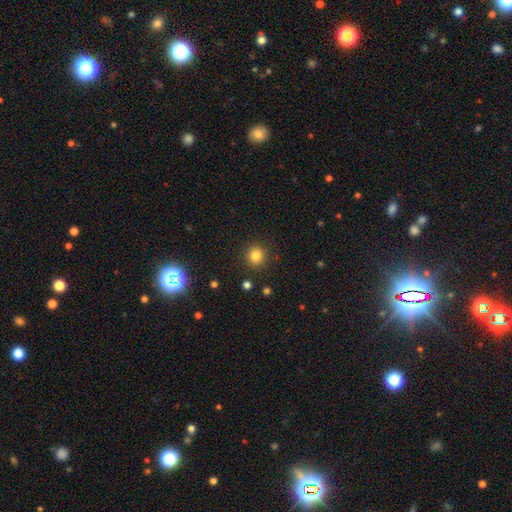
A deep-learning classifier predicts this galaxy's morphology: This is clearly a smooth galaxy (82%). How rounded: clearly round (91%). Merging: clearly none (90%).